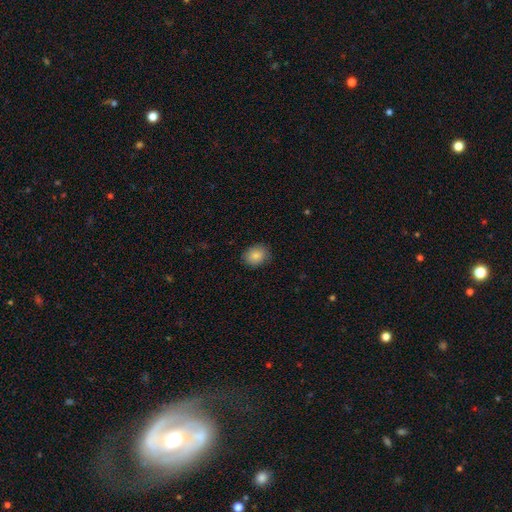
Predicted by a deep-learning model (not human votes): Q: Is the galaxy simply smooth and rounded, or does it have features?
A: smooth — 86%.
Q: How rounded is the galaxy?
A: round — 52%.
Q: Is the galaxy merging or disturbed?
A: none — 86%.